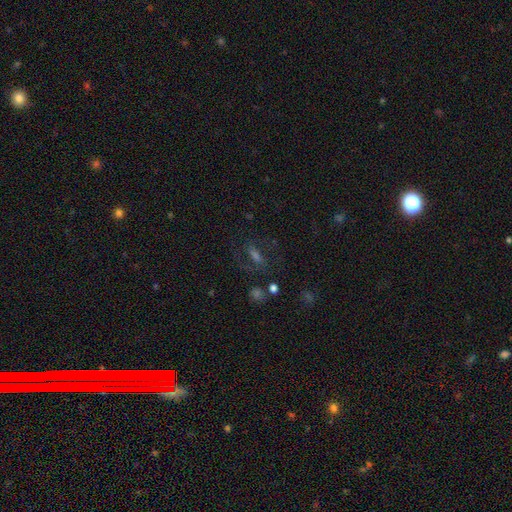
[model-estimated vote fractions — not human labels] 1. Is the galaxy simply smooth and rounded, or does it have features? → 41% featured or disk, 30% smooth, 29% star or artifact.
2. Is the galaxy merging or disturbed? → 64% none, 16% major disturbance, 15% minor disturbance, 5% merger.